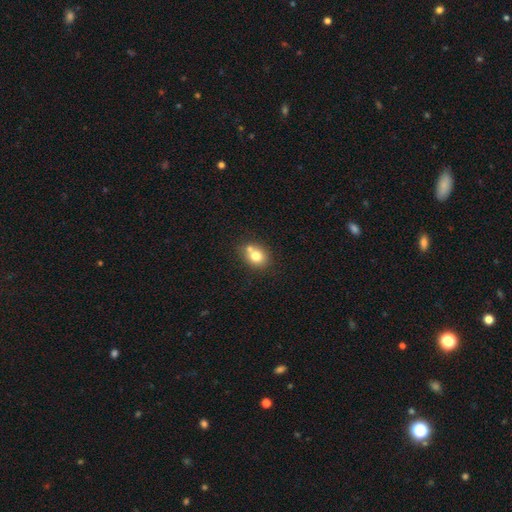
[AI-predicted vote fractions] The model was most divided on "merging": none: 48%, merger: 36%, minor disturbance: 12%, major disturbance: 4%. More confident: smooth or featured — smooth (74%); how rounded — round (60%).